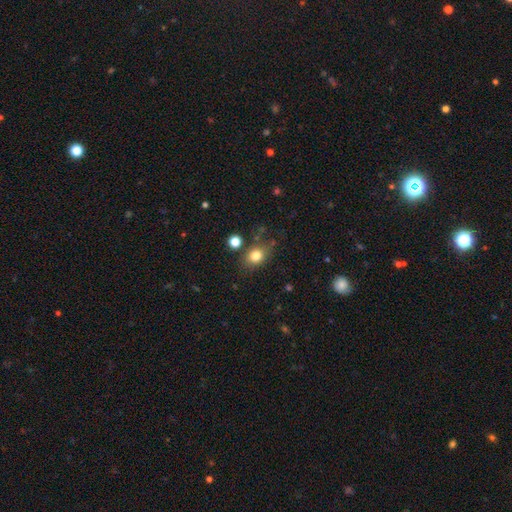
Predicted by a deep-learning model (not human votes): This is clearly a smooth galaxy (80%). How rounded: possibly in between (50%). Merging: likely none (74%).